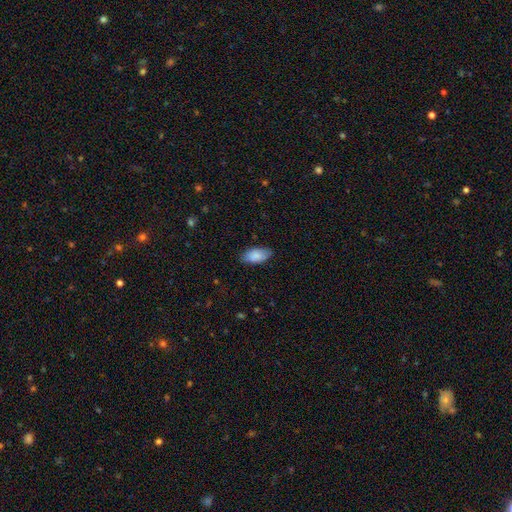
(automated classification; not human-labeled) smooth 85%, featured or disk 9%, star or artifact 6%. Down the decision tree: how rounded — in between (94%); merging — none (81%).